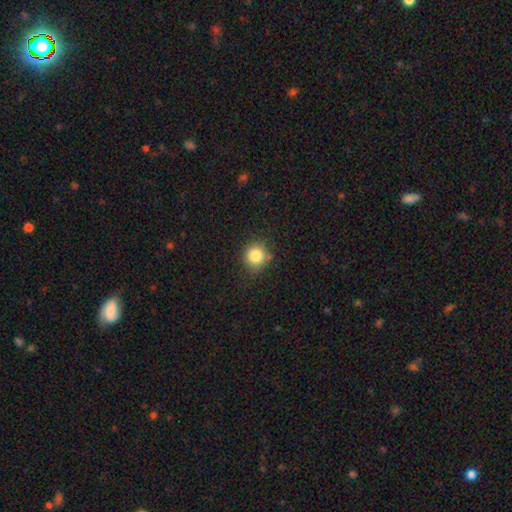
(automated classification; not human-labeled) smooth-or-featured: smooth: 83% | star or artifact: 11% | featured or disk: 6%
  how-rounded: round: 88% | in between: 11% | cigar-shaped: 1%
  merging: none: 80% | minor disturbance: 13% | major disturbance: 3% | merger: 3%